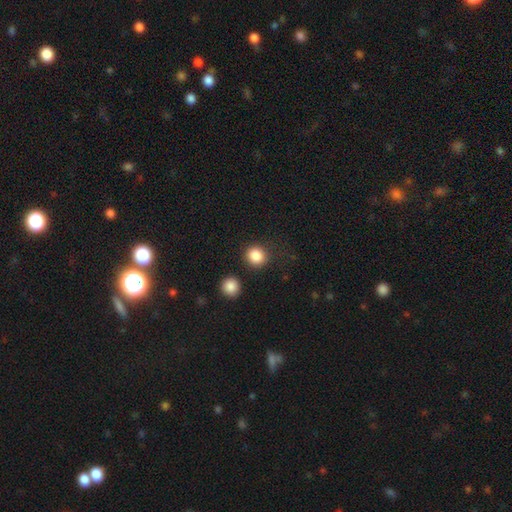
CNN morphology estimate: smooth 86%, star or artifact 10%, featured or disk 4%. Down the decision tree: how rounded — round (88%); merging — none (83%).